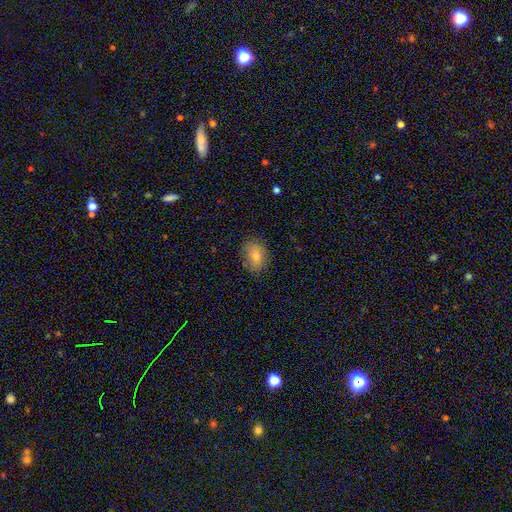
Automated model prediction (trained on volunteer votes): Smooth or featured? smooth (73%)
How rounded? in between (78%)
Merging? none (83%)